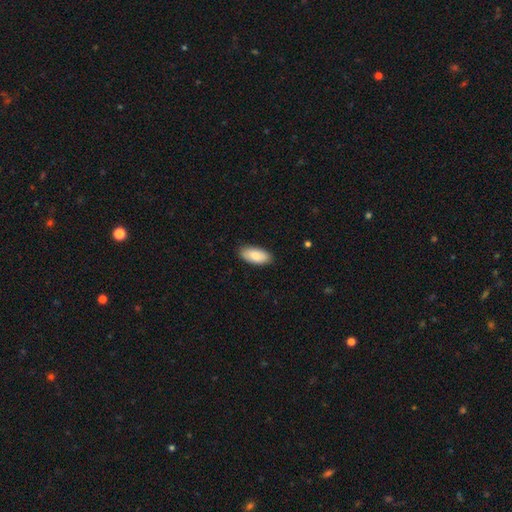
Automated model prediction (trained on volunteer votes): Smooth or featured? smooth (86%)
How rounded? in between (92%)
Merging? none (87%)